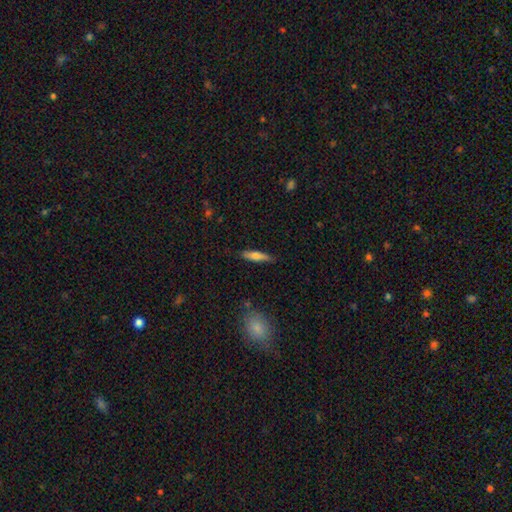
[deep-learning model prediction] smooth_or_featured: smooth (p=0.64) [alt: featured or disk p=0.30]
how_rounded: cigar-shaped (p=0.77) [alt: in between p=0.21]
merging: none (p=0.84) [alt: minor disturbance p=0.12]